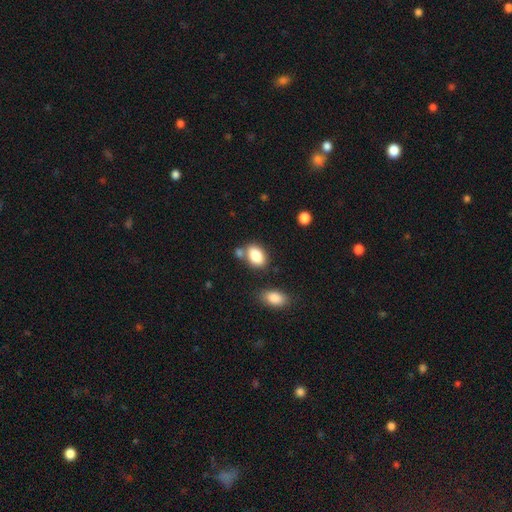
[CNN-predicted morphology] smooth-or-featured: smooth: 84% | star or artifact: 8% | featured or disk: 8%
  how-rounded: in between: 84% | round: 14% | cigar-shaped: 2%
  merging: none: 63% | merger: 19% | minor disturbance: 14% | major disturbance: 4%